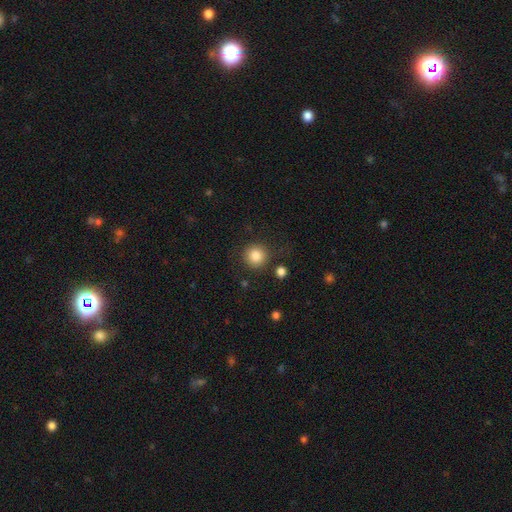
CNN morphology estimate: smooth 85%, star or artifact 10%, featured or disk 5%. Down the decision tree: how rounded — round (94%); merging — none (85%).